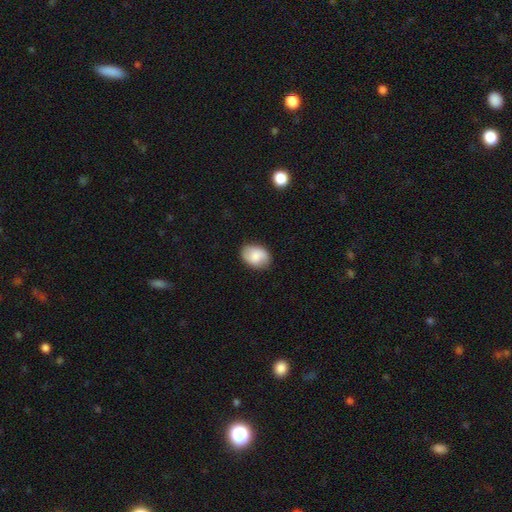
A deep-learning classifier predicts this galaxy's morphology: smooth-or-featured: smooth: 75% | featured or disk: 18% | star or artifact: 7%
  how-rounded: in between: 77% | round: 22% | cigar-shaped: 1%
  merging: none: 84% | minor disturbance: 12% | major disturbance: 3% | merger: 1%